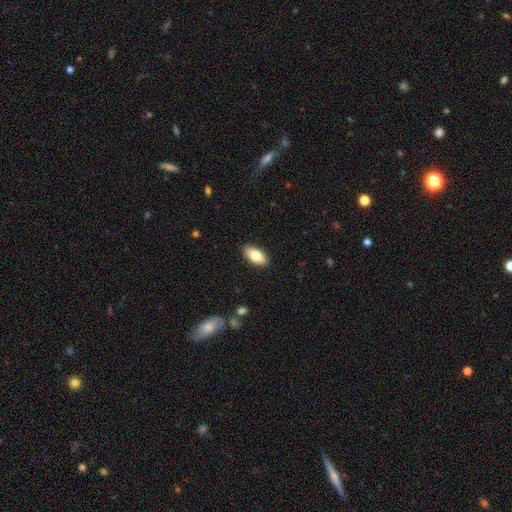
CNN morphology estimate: The model was most divided on "smooth or featured": smooth: 80%, featured or disk: 13%, star or artifact: 7%. More confident: how rounded — in between (93%); merging — none (89%).